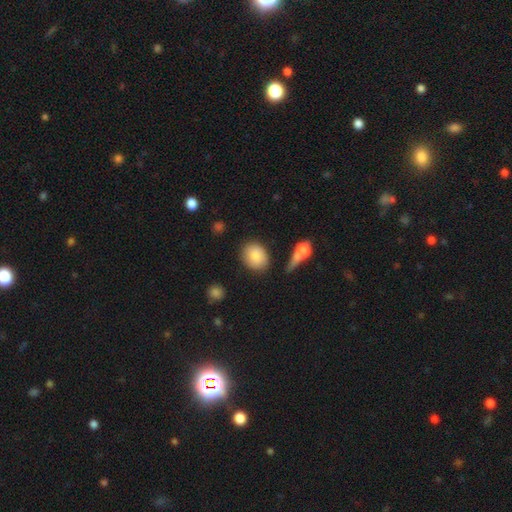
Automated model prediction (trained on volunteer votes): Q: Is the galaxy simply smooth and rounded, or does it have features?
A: smooth — 83%.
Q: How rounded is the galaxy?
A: round — 54%.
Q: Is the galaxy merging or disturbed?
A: none — 78%.